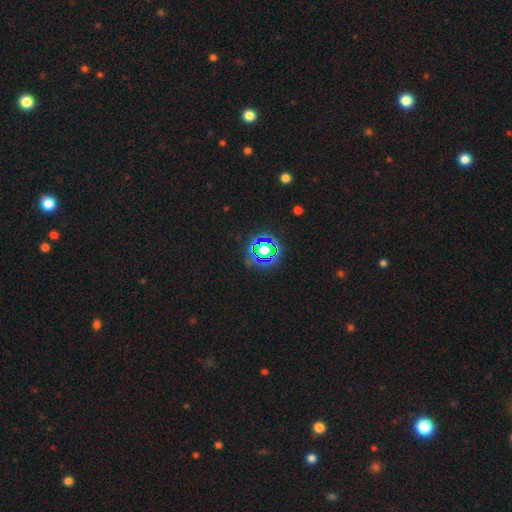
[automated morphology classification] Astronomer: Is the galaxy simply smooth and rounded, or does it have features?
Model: star or artifact — 78%.